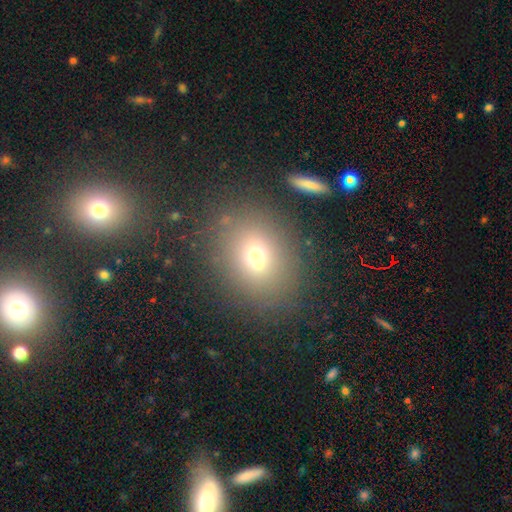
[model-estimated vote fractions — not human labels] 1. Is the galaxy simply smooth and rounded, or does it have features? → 67% smooth, 20% star or artifact, 14% featured or disk.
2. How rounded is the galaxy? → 50% in between, 48% round, 2% cigar-shaped.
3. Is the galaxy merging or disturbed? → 79% none, 10% minor disturbance, 6% merger, 4% major disturbance.